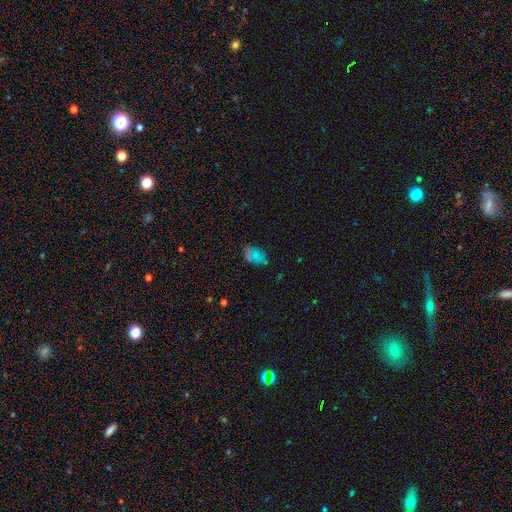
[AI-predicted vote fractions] This appears to be a smooth galaxy with no disk features (55%) that is in between round and cigar-shaped (87%). Merging: none (64%).